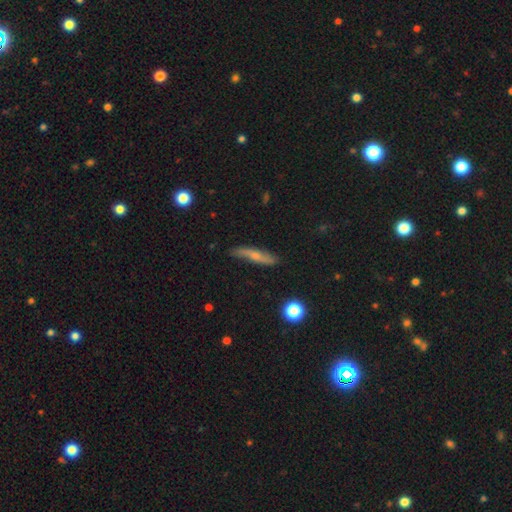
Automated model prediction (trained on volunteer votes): Smooth or featured? featured or disk (49%)
Merging? none (74%)